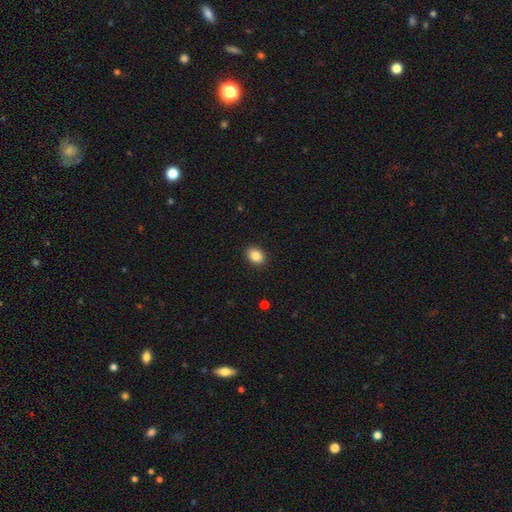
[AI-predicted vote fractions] Overall: smooth (87%). How rounded: in between (69%; round 30%). Merging: none (91%).